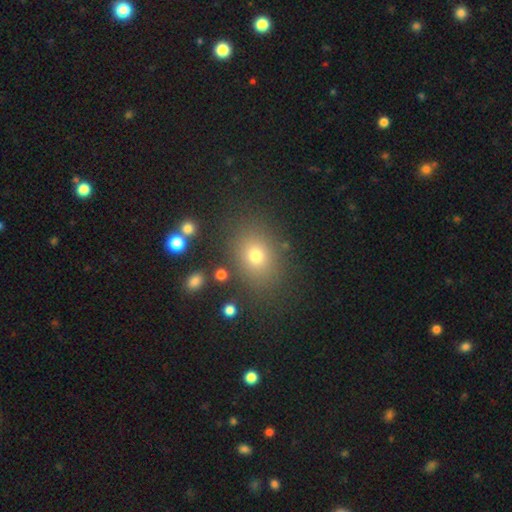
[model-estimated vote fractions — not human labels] smooth_or_featured: smooth (p=0.72) [alt: star or artifact p=0.17]
how_rounded: in between (p=0.58) [alt: round p=0.41]
merging: none (p=0.83) [alt: minor disturbance p=0.10]